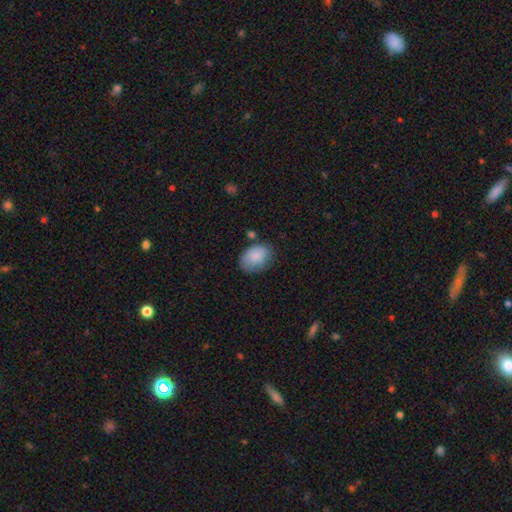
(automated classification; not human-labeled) smooth 87%, star or artifact 6%, featured or disk 6%. Down the decision tree: how rounded — in between (82%); merging — none (65%).